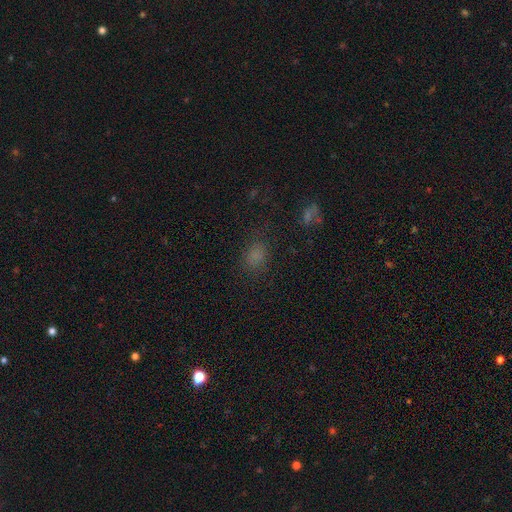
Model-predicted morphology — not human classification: Q: Smooth or featured?
A: smooth (73%); runner-up: star or artifact (21%)
Q: How rounded?
A: in between (60%); runner-up: round (38%)
Q: Merging?
A: none (76%); runner-up: minor disturbance (15%)